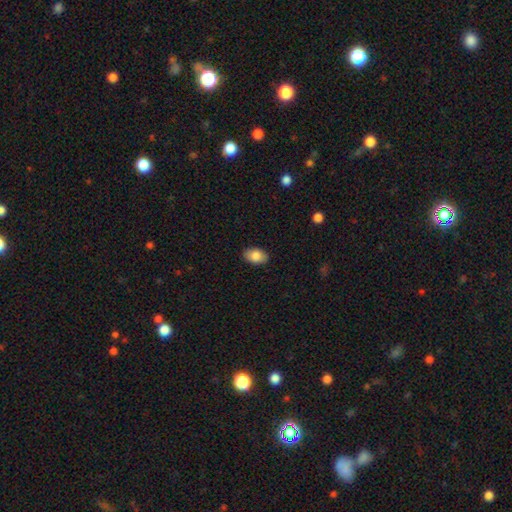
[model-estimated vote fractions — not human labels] smooth_or_featured: smooth (p=0.84) [alt: featured or disk p=0.09]
how_rounded: in between (p=0.88) [alt: round p=0.11]
merging: none (p=0.88) [alt: minor disturbance p=0.09]